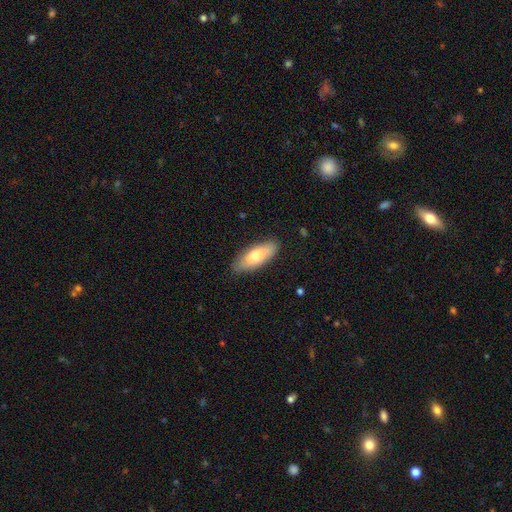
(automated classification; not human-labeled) A smooth galaxy with no disk features (72%) that is in between round and cigar-shaped (72%).

Vote fractions:
- Smooth or featured? smooth: 72% / featured or disk: 23% / star or artifact: 6%
- How rounded? in between: 72% / cigar-shaped: 26% / round: 2%
- Merging? none: 83% / minor disturbance: 13% / major disturbance: 2% / merger: 1%